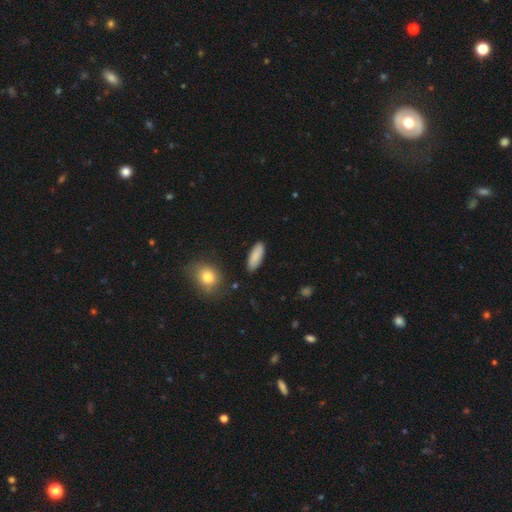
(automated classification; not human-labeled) Smooth or featured?
  - smooth: 87% *
  - star or artifact: 6%
  - featured or disk: 6%
How rounded?
  - in between: 67% *
  - cigar-shaped: 31%
  - round: 2%
Merging?
  - none: 87% *
  - minor disturbance: 9%
  - major disturbance: 2%
  - merger: 2%